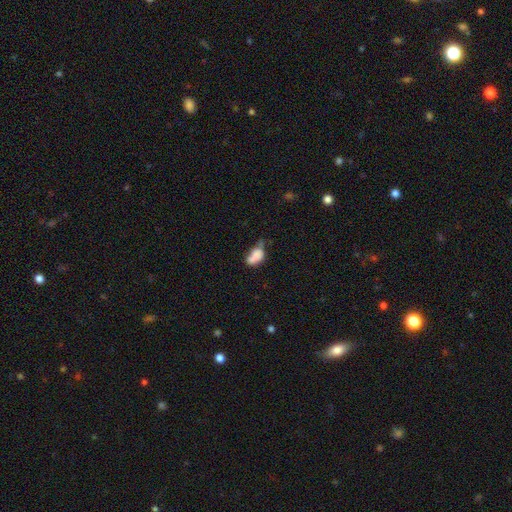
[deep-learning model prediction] A smooth galaxy with no disk features (73%) that is in between round and cigar-shaped (86%). Merging: minor disturbance (31%).